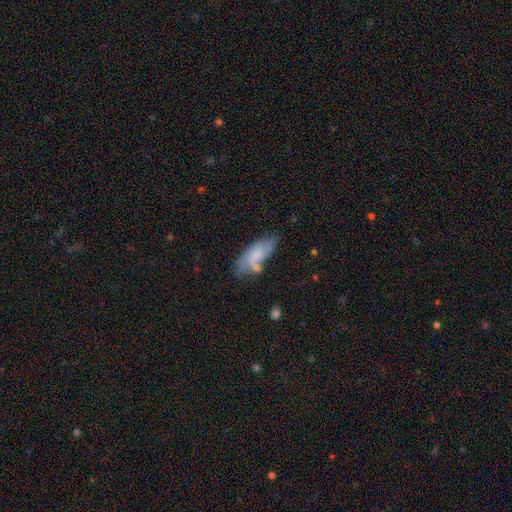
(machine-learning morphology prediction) Q: Smooth or featured?
A: smooth (55%); runner-up: featured or disk (37%)
Q: How rounded?
A: in between (77%); runner-up: cigar-shaped (20%)
Q: Merging?
A: none (49%); runner-up: minor disturbance (27%)